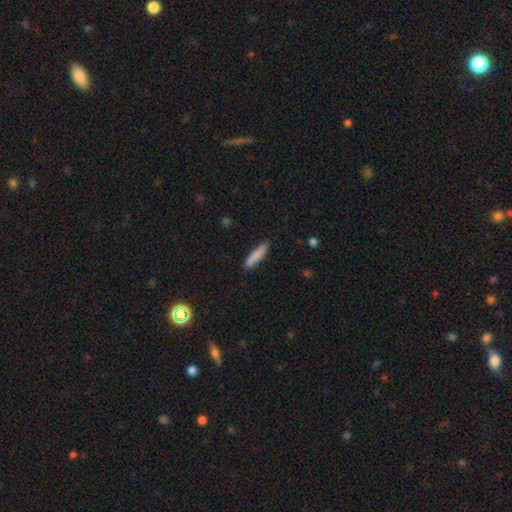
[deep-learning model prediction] Smooth or featured? Predicted: smooth (p=0.82). How rounded? Predicted: cigar-shaped (p=0.87). Merging? Predicted: none (p=0.87).